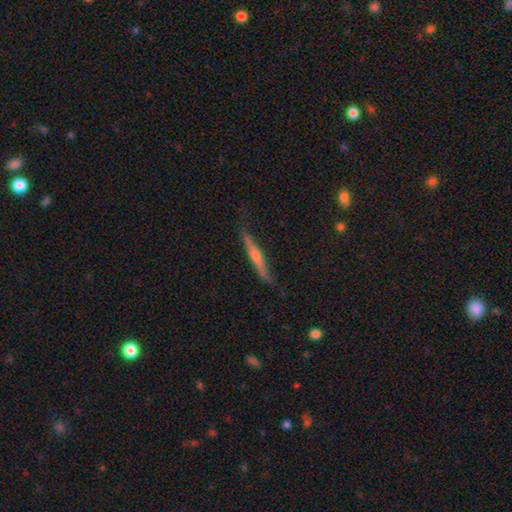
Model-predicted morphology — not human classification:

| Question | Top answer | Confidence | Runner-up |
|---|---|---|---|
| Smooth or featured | featured or disk | 61% | smooth (33%) |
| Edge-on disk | yes | 96% | no (4%) |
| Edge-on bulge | rounded | 75% | none (19%) |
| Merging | none | 78% | minor disturbance (17%) |